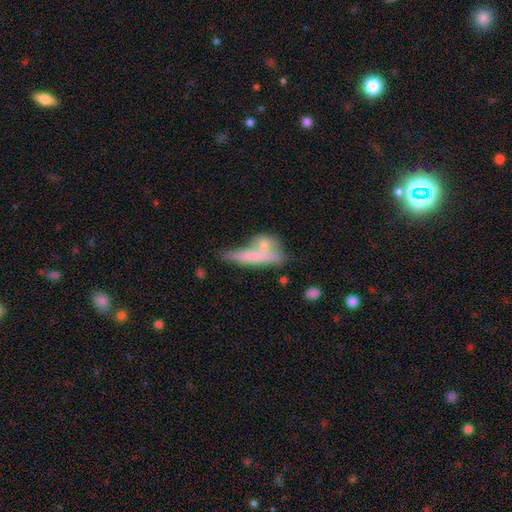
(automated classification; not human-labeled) A smooth galaxy with no disk features (52%) that is cigar-shaped (63%).

Vote fractions:
- Smooth or featured? smooth: 52% / featured or disk: 39% / star or artifact: 9%
- How rounded? cigar-shaped: 63% / in between: 31% / round: 6%
- Merging? merger: 42% / none: 33% / minor disturbance: 14% / major disturbance: 10%